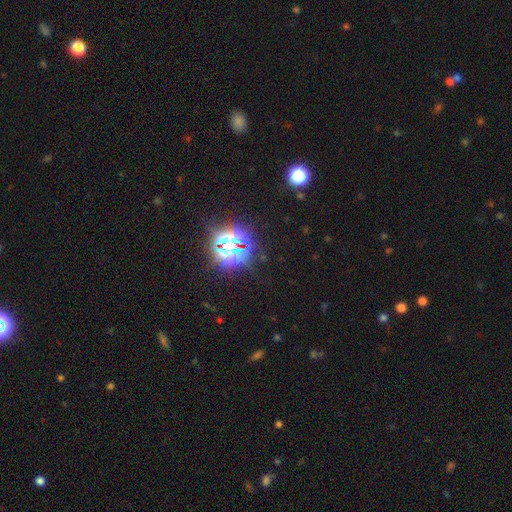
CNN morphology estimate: Smooth or featured? star or artifact (80%)